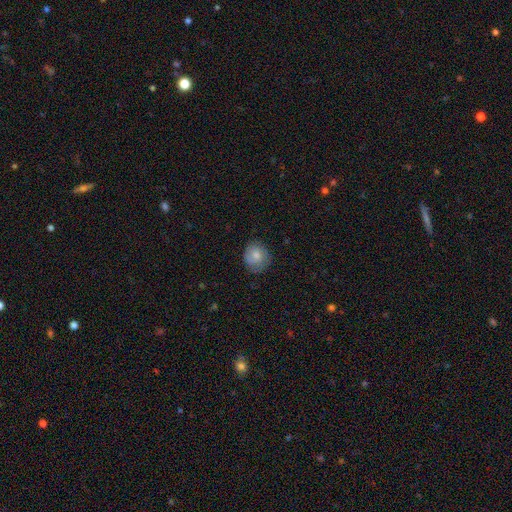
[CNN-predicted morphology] smooth-or-featured: smooth: 78% | featured or disk: 15% | star or artifact: 8%
  how-rounded: round: 77% | in between: 22% | cigar-shaped: 1%
  merging: none: 73% | minor disturbance: 21% | major disturbance: 5% | merger: 1%